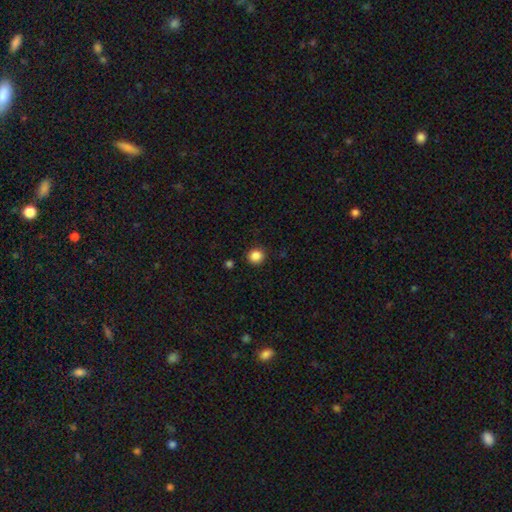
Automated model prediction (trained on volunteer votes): Overall: smooth (86%). How rounded: round (91%). Merging: none (90%).